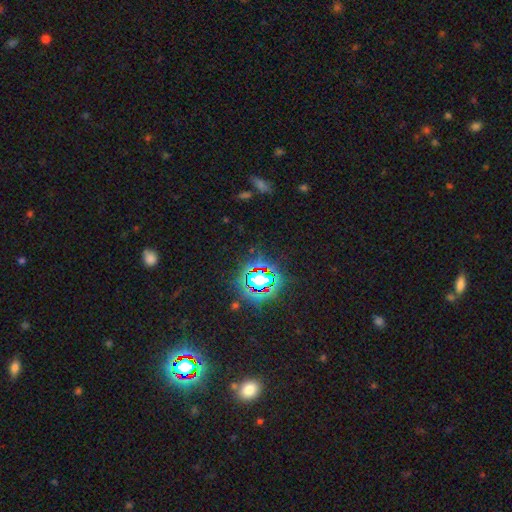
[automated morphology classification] smooth-or-featured: star or artifact: 78% | smooth: 14% | featured or disk: 8%